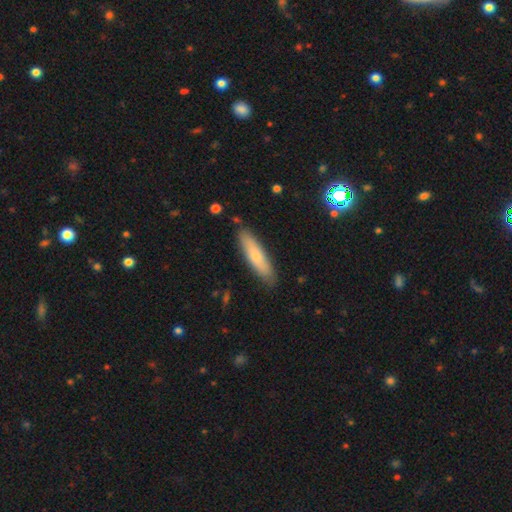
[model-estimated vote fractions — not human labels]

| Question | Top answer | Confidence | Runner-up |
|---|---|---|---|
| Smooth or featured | smooth | 68% | featured or disk (26%) |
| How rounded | cigar-shaped | 74% | in between (25%) |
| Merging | none | 86% | minor disturbance (11%) |